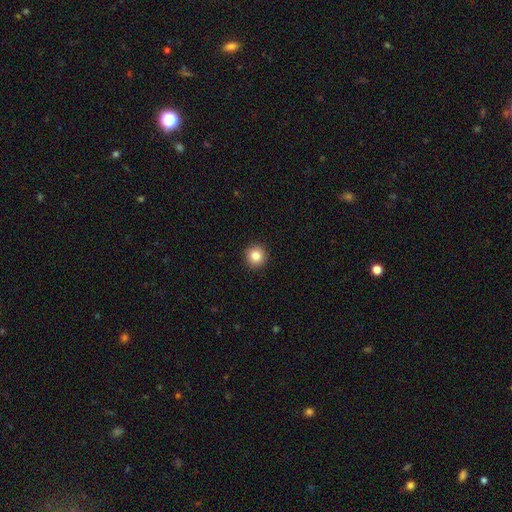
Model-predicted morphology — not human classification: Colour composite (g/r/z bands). It shows a smooth galaxy with no disk features (84%) that is round (94%). Merging: none (92%).